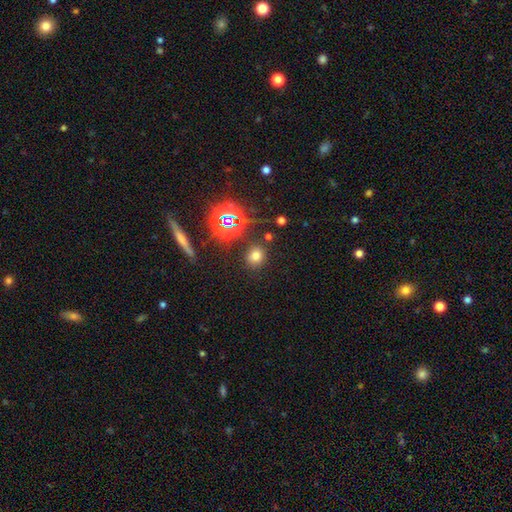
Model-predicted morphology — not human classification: smooth_or_featured: smooth (p=0.67) [alt: star or artifact p=0.25]
how_rounded: round (p=0.71) [alt: in between p=0.27]
merging: none (p=0.83) [alt: minor disturbance p=0.09]